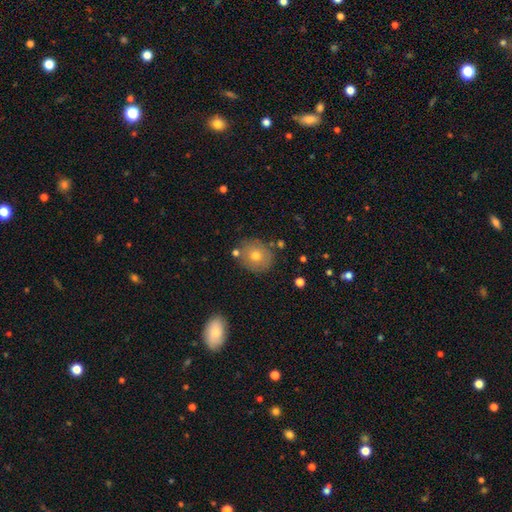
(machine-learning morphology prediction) smooth_or_featured: smooth (p=0.69) [alt: featured or disk p=0.19]
how_rounded: round (p=0.78) [alt: in between p=0.21]
merging: none (p=0.80) [alt: minor disturbance p=0.11]